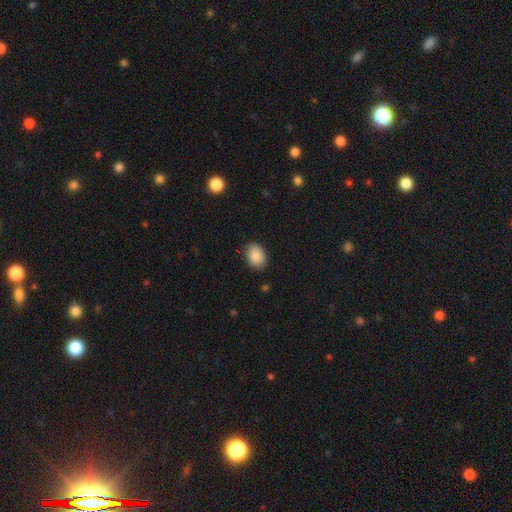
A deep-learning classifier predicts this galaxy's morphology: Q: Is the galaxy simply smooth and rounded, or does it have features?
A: smooth — 89%.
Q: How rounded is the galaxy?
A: in between — 77%.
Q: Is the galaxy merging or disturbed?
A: none — 86%.